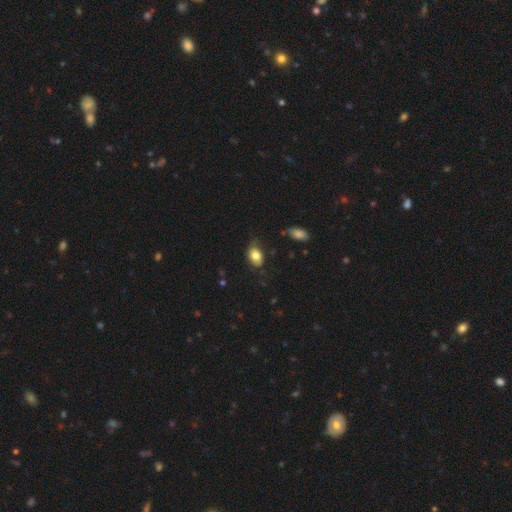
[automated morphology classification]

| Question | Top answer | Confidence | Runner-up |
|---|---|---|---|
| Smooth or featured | smooth | 78% | featured or disk (14%) |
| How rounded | in between | 82% | round (16%) |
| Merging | none | 60% | minor disturbance (29%) |